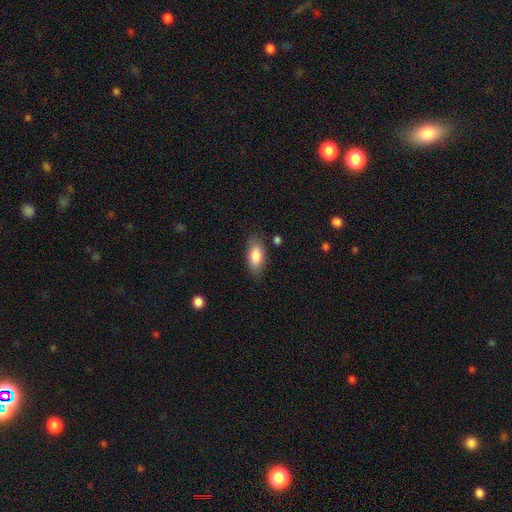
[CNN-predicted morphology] Smooth or featured? Predicted: smooth (p=0.85). How rounded? Predicted: in between (p=0.90). Merging? Predicted: none (p=0.81).